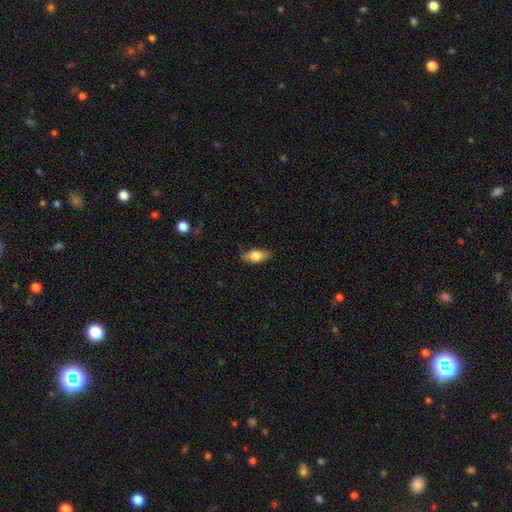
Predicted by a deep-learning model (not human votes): Smooth or featured?
  - smooth: 69% *
  - featured or disk: 24%
  - star or artifact: 7%
How rounded?
  - in between: 82% *
  - cigar-shaped: 14%
  - round: 4%
Merging?
  - none: 85% *
  - minor disturbance: 12%
  - major disturbance: 2%
  - merger: 1%